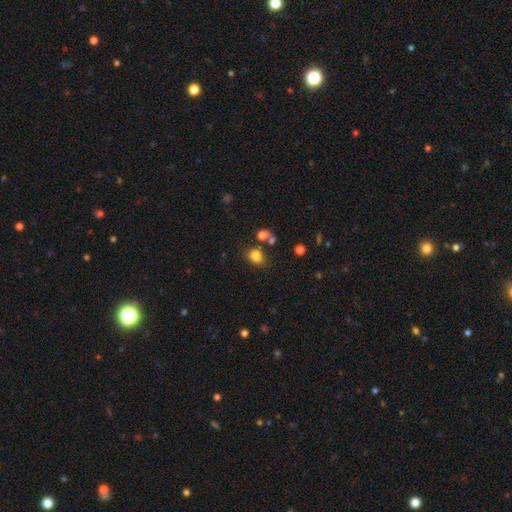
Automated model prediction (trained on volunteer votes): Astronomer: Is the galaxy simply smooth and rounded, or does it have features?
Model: smooth — 81%.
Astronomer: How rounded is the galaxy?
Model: round — 57% (runner-up: in between, 42%).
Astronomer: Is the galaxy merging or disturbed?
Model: none — 68%.